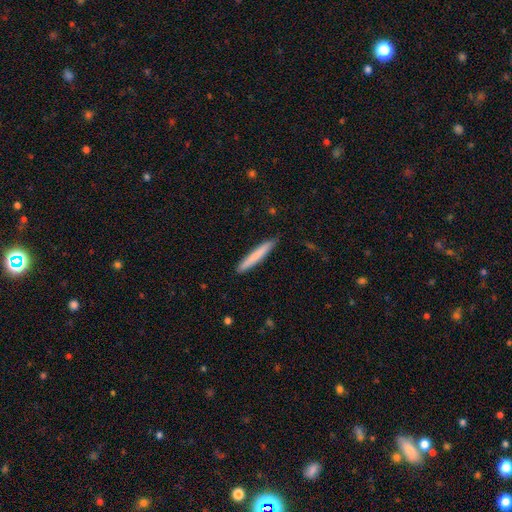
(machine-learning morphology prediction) This is likely a smooth galaxy (77%). How rounded: clearly cigar-shaped (96%). Merging: clearly none (90%).